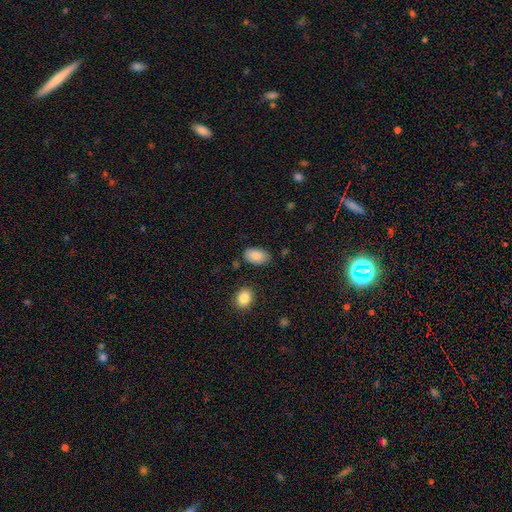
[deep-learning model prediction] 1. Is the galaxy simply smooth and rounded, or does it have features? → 87% smooth, 7% star or artifact, 6% featured or disk.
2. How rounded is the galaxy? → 92% in between, 6% round, 1% cigar-shaped.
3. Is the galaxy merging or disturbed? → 81% none, 13% minor disturbance, 3% merger, 3% major disturbance.